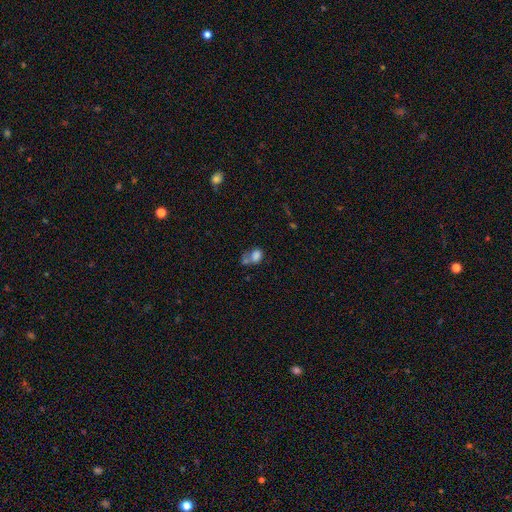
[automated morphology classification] smooth 75%, star or artifact 12%, featured or disk 12%. Down the decision tree: how rounded — in between (63%); merging — merger (44%).